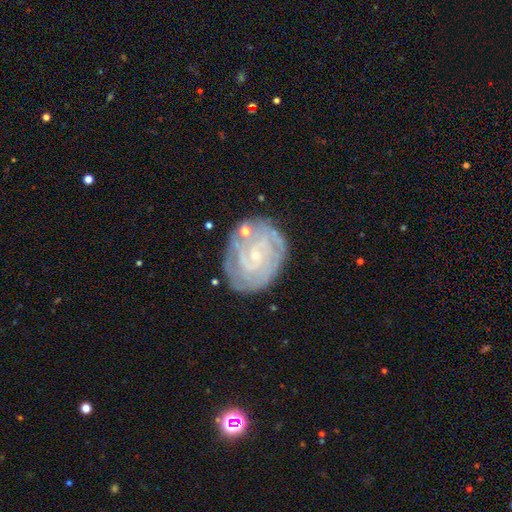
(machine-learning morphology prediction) A featured or disk galaxy (82%) with no bar (65%), tight (78%) spiral arms (94%) and a small central bulge (84%). Merging: none (75%).